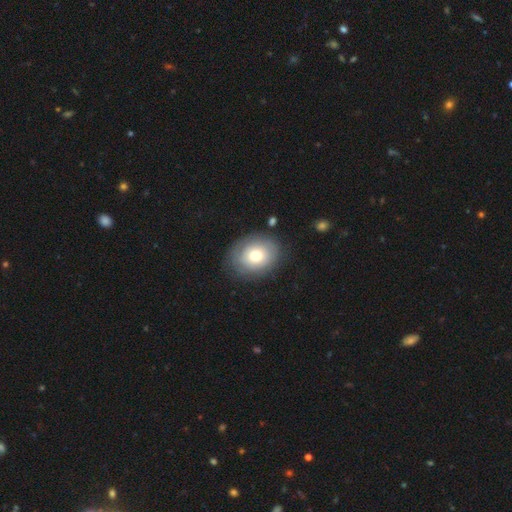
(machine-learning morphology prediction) This appears to be a smooth galaxy with no disk features (69%) that is round (50%). Merging: none (80%).